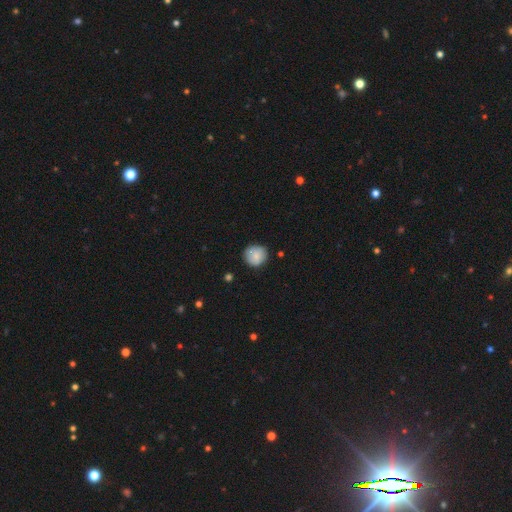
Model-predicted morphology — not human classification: Q: Smooth or featured?
A: smooth (82%); runner-up: featured or disk (10%)
Q: How rounded?
A: round (90%); runner-up: in between (9%)
Q: Merging?
A: none (79%); runner-up: minor disturbance (16%)